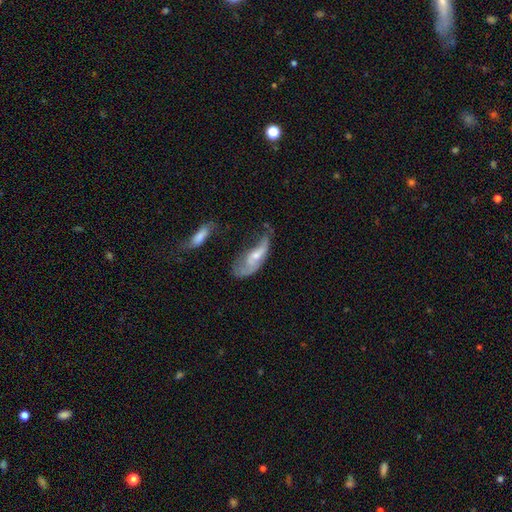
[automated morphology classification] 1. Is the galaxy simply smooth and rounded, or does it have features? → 54% featured or disk, 39% smooth, 8% star or artifact.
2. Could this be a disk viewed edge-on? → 81% no, 19% yes.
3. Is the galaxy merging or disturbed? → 36% major disturbance, 28% minor disturbance, 25% none, 11% merger.